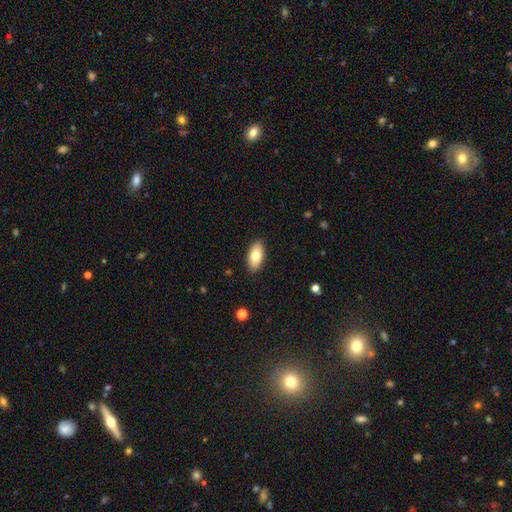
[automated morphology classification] This is likely a smooth galaxy (78%). How rounded: clearly in between (91%). Merging: clearly none (89%).